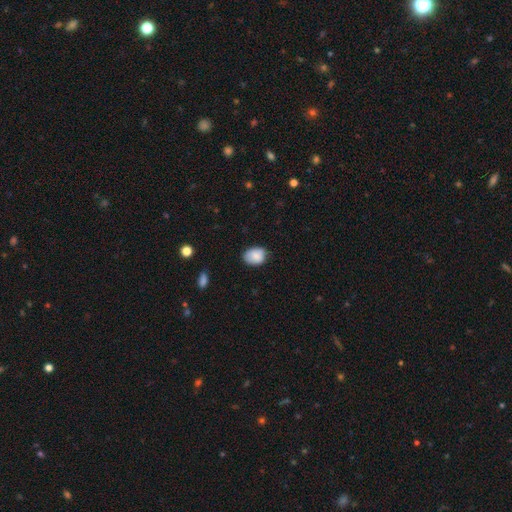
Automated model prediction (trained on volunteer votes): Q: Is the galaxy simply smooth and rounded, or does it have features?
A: smooth — 86%.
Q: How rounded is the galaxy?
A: in between — 67%.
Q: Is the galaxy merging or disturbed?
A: none — 72%.